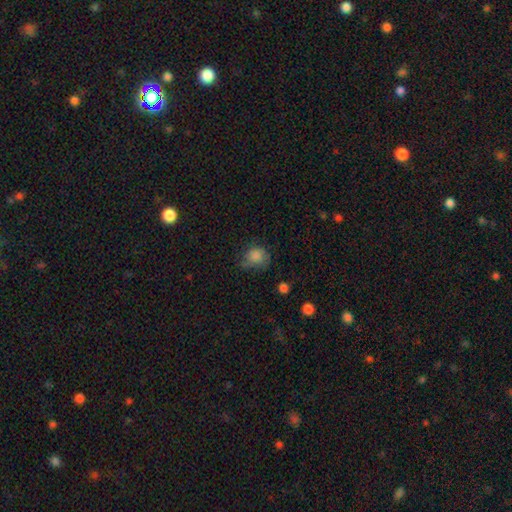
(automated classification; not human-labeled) A smooth galaxy with no disk features (81%) that is round (73%).

Vote fractions:
- Smooth or featured? smooth: 81% / star or artifact: 10% / featured or disk: 9%
- How rounded? round: 73% / in between: 26% / cigar-shaped: 1%
- Merging? none: 51% / minor disturbance: 32% / major disturbance: 14% / merger: 3%